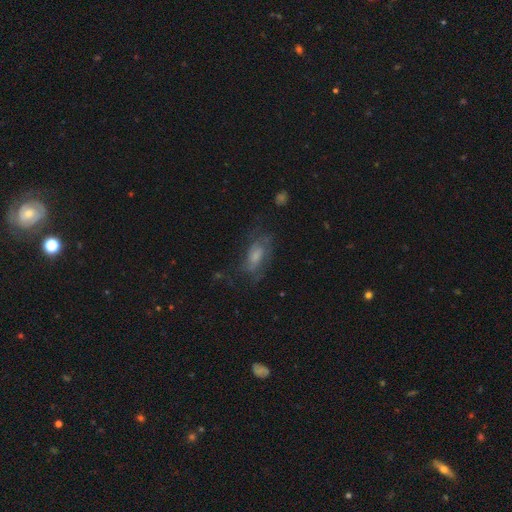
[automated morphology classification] This appears to be a featured or disk galaxy (51%). Merging: none (55%).